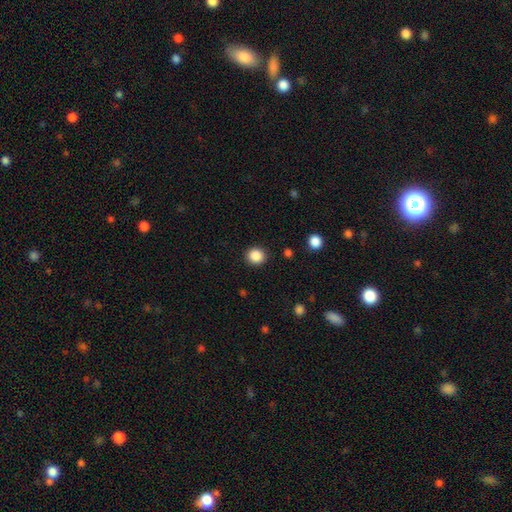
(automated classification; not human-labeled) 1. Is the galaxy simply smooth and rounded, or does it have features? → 87% smooth, 10% star or artifact, 3% featured or disk.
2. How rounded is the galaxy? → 88% round, 11% in between, 1% cigar-shaped.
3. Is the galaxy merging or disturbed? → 90% none, 6% minor disturbance, 2% major disturbance, 1% merger.